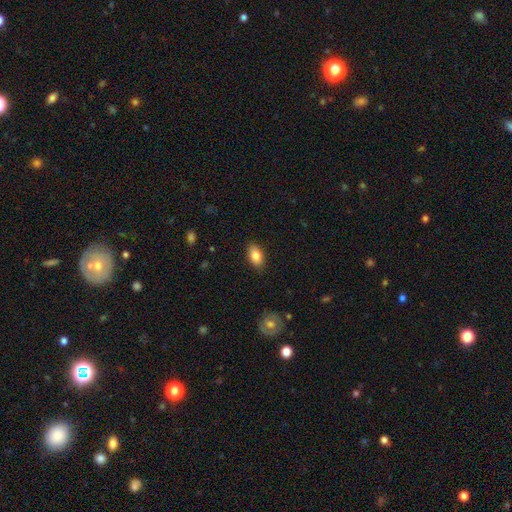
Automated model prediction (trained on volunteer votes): smooth_or_featured: smooth (p=0.85) [alt: featured or disk p=0.08]
how_rounded: in between (p=0.92) [alt: round p=0.06]
merging: none (p=0.87) [alt: minor disturbance p=0.09]